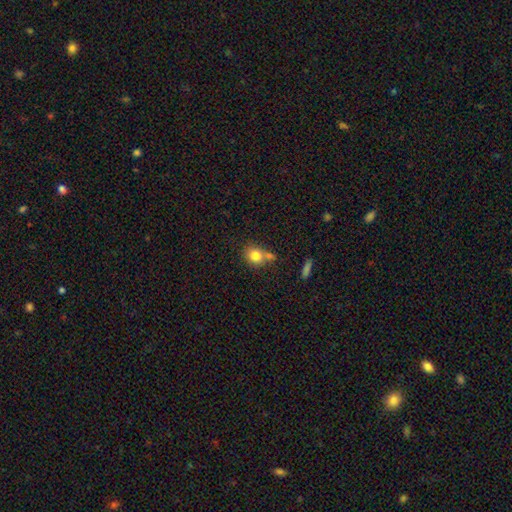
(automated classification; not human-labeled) Smooth or featured? Predicted: smooth (p=0.80). How rounded? Predicted: round (p=0.75). Merging? Predicted: none (p=0.55).